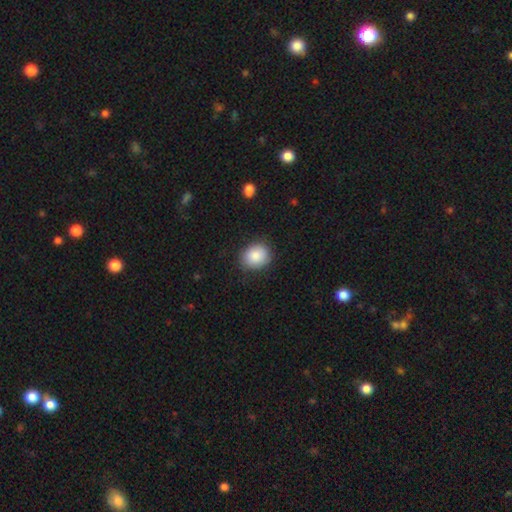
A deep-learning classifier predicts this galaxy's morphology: A smooth galaxy with no disk features (87%) that is round (61%). Merging: none (84%).